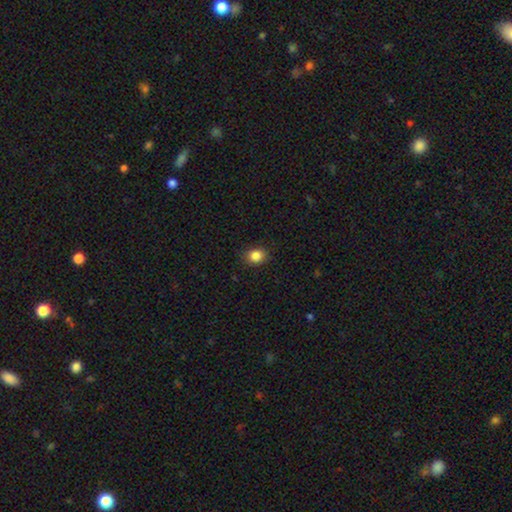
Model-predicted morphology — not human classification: smooth_or_featured: smooth (p=0.85) [alt: star or artifact p=0.10]
how_rounded: round (p=0.62) [alt: in between p=0.37]
merging: none (p=0.87) [alt: minor disturbance p=0.10]